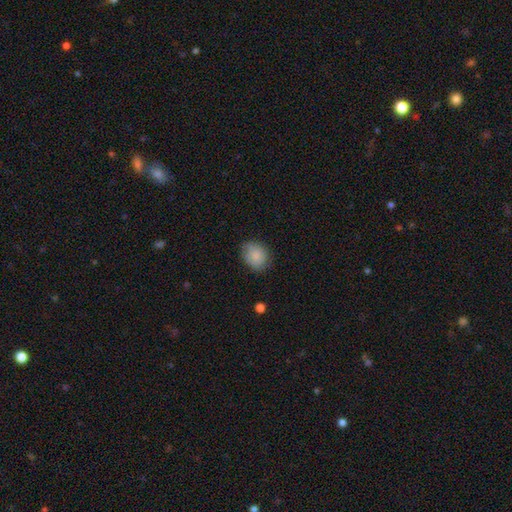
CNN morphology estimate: Smooth or featured? smooth (84%)
How rounded? round (54%)
Merging? none (74%)